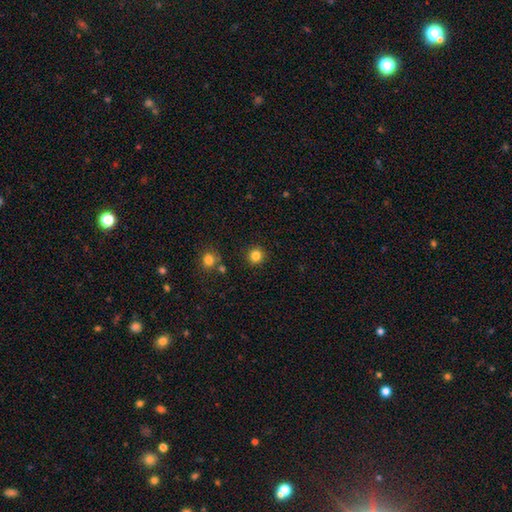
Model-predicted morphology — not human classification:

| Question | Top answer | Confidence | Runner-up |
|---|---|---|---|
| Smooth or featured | smooth | 83% | star or artifact (13%) |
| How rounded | round | 94% | in between (5%) |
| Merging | none | 90% | minor disturbance (6%) |